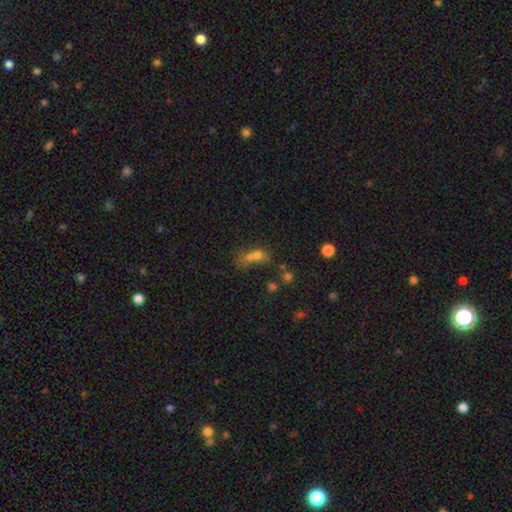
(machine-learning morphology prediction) smooth-or-featured: smooth: 59% | star or artifact: 21% | featured or disk: 19%
  how-rounded: round: 54% | in between: 42% | cigar-shaped: 4%
  merging: merger: 62% | none: 24% | minor disturbance: 7% | major disturbance: 7%